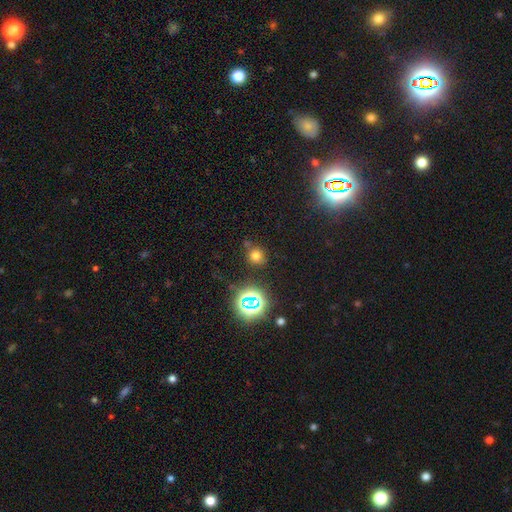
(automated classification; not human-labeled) Overall: smooth (67%). How rounded: round (81%). Merging: none (78%).